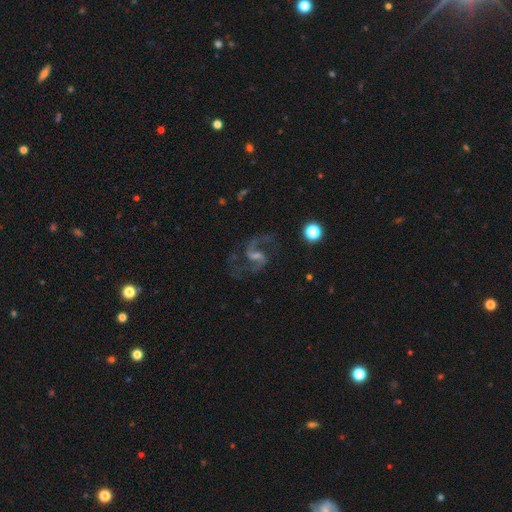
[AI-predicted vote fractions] Morphology: type=featured or disk (89%); edge-on=no (98%); bar=weak (55%); spiral arms=yes (97%); winding=medium (48%); arm count=2 (93%); bulge=small (45%); merging=none (73%).